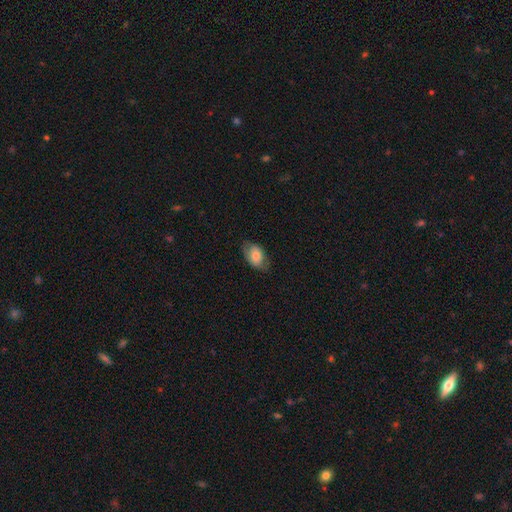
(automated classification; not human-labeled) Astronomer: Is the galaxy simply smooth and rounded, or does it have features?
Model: smooth — 74%.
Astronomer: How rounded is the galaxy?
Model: in between — 87%.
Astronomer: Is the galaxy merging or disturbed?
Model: none — 71%.